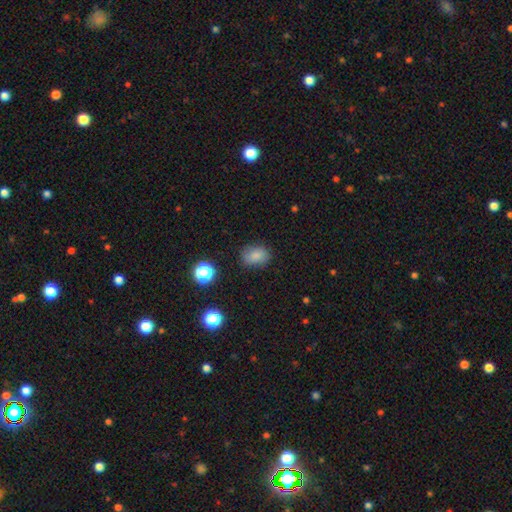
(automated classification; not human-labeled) smooth-or-featured: smooth: 81% | star or artifact: 12% | featured or disk: 7%
  how-rounded: in between: 69% | round: 30% | cigar-shaped: 1%
  merging: none: 79% | minor disturbance: 15% | major disturbance: 4% | merger: 2%